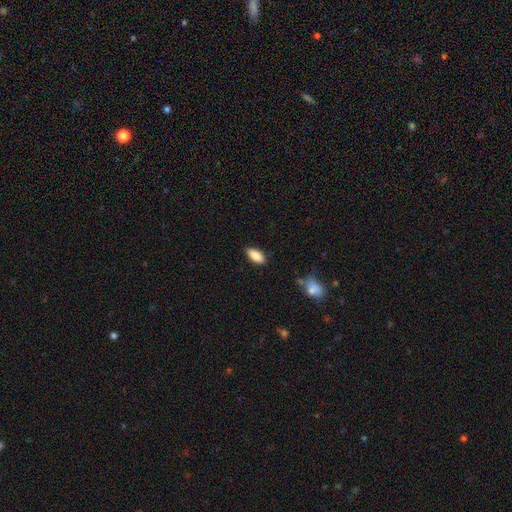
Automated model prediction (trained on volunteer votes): A smooth galaxy with no disk features (87%) that is in between round and cigar-shaped (88%). Merging: none (84%).